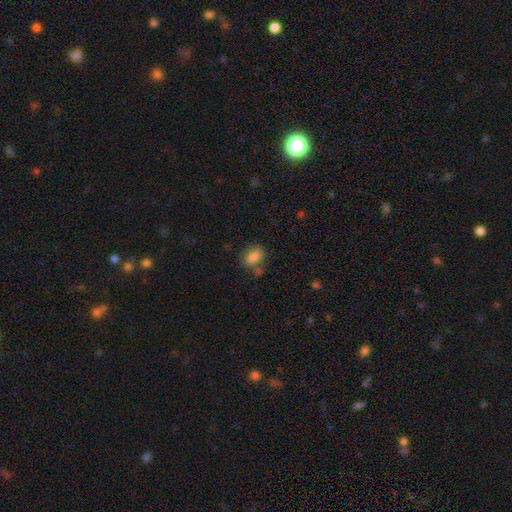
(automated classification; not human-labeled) This is clearly a smooth galaxy (83%). How rounded: likely in between (76%). Merging: likely none (69%).